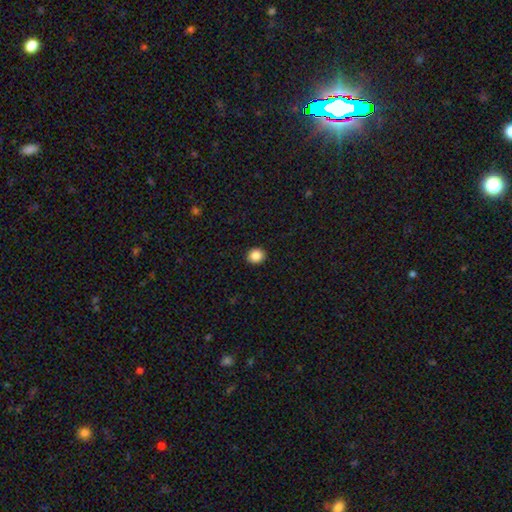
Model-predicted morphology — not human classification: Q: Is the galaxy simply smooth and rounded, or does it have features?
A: smooth — 86%.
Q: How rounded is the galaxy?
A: round — 82%.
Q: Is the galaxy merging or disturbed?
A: none — 92%.